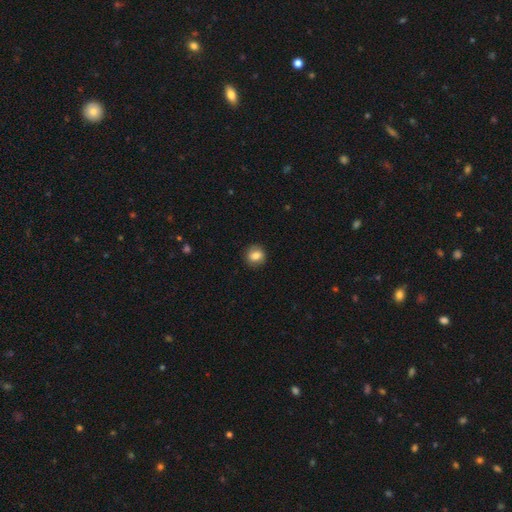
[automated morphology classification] Overall: smooth (80%). How rounded: round (83%). Merging: none (89%).